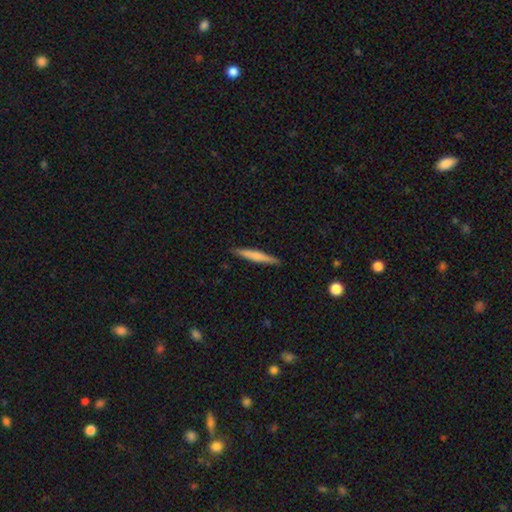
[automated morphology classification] Smooth or featured?
  - smooth: 63% *
  - featured or disk: 31%
  - star or artifact: 5%
How rounded?
  - cigar-shaped: 95% *
  - in between: 3%
  - round: 1%
Merging?
  - none: 90% *
  - minor disturbance: 8%
  - major disturbance: 1%
  - merger: 1%